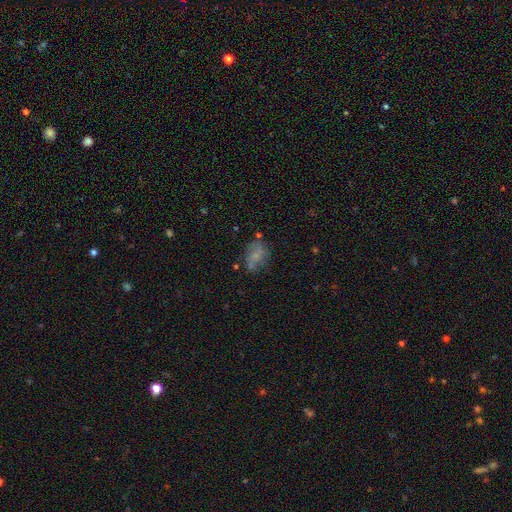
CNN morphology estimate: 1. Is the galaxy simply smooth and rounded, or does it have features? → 56% smooth, 31% featured or disk, 12% star or artifact.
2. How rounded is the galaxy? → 76% in between, 21% round, 2% cigar-shaped.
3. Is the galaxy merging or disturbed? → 52% none, 27% minor disturbance, 14% major disturbance, 7% merger.